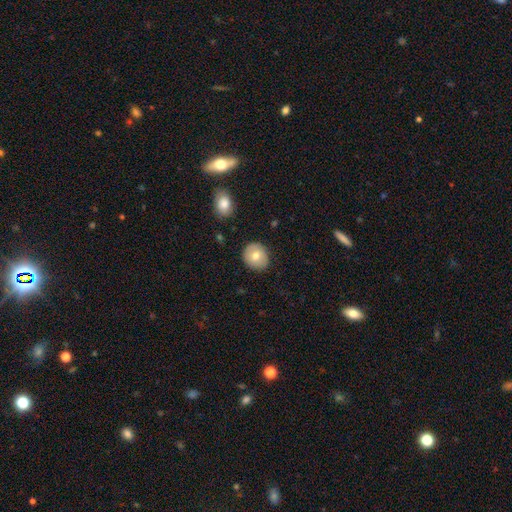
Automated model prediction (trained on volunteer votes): A smooth galaxy with no disk features (74%) that is round (83%).

Vote fractions:
- Smooth or featured? smooth: 74% / featured or disk: 18% / star or artifact: 8%
- How rounded? round: 83% / in between: 16% / cigar-shaped: 1%
- Merging? none: 87% / minor disturbance: 9% / major disturbance: 2% / merger: 1%